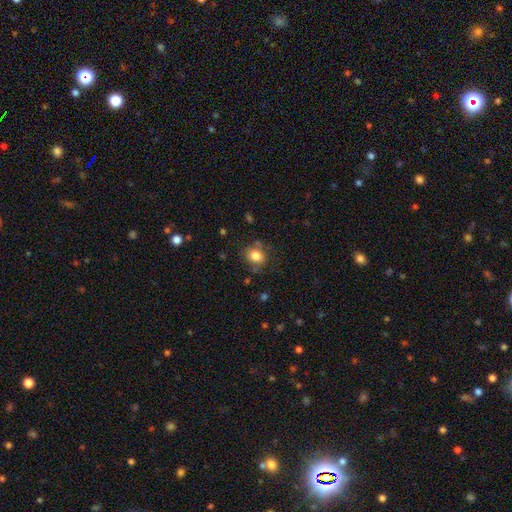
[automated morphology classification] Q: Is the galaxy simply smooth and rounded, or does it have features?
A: smooth — 81%.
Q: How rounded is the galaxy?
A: round — 61%.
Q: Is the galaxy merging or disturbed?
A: none — 75%.